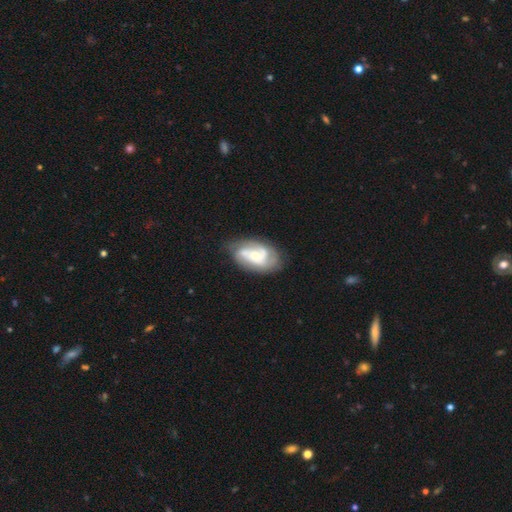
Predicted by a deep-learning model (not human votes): This appears to be a featured or disk galaxy (75%) with no bar (57%), 2 (40%) tight (49%) spiral arms (92%) and a small central bulge (50%). Merging: none (68%).